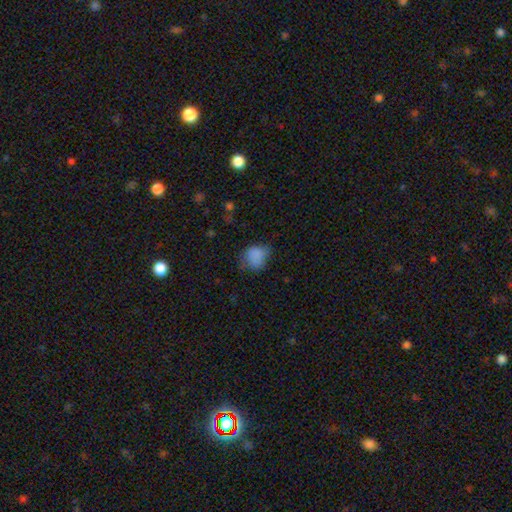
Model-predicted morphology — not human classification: Q: Smooth or featured?
A: smooth (81%); runner-up: star or artifact (10%)
Q: How rounded?
A: round (60%); runner-up: in between (39%)
Q: Merging?
A: none (50%); runner-up: minor disturbance (34%)